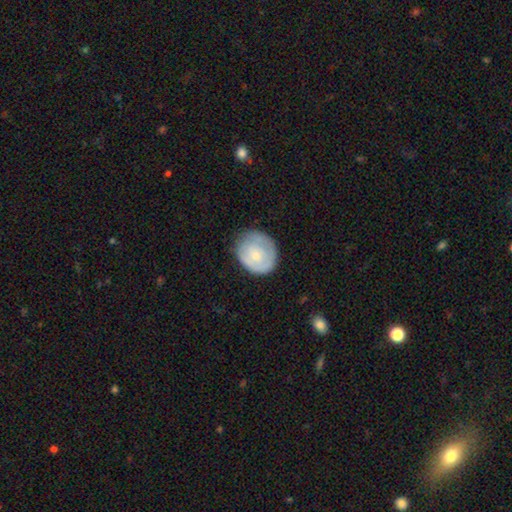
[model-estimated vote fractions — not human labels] smooth-or-featured: smooth: 61% | featured or disk: 33% | star or artifact: 6%
  how-rounded: round: 76% | in between: 23% | cigar-shaped: 1%
  merging: none: 71% | minor disturbance: 21% | major disturbance: 6% | merger: 1%